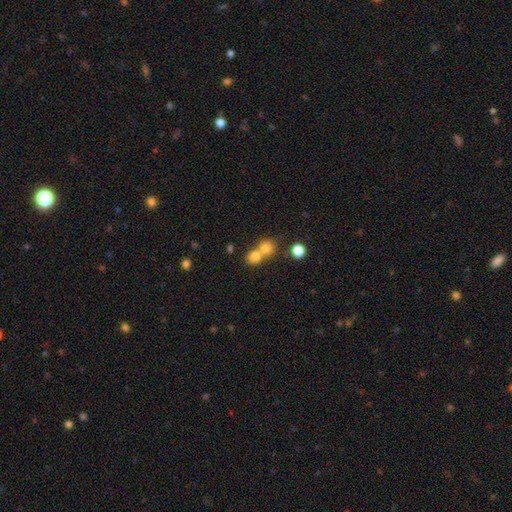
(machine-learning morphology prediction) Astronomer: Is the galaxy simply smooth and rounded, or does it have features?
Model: smooth — 77%.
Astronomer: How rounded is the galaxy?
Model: round — 73%.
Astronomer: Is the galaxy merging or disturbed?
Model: merger — 56% (runner-up: none, 35%).